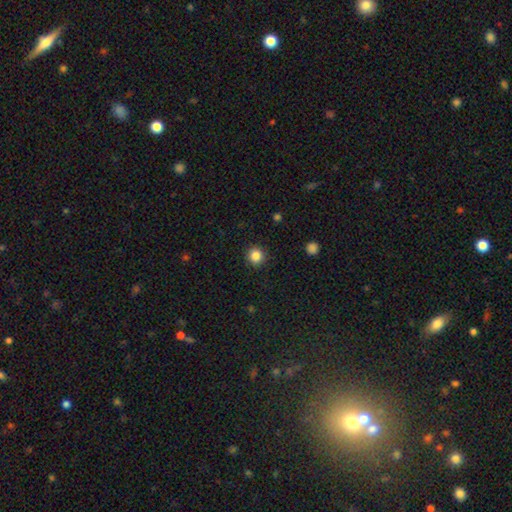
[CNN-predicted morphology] smooth 84%, star or artifact 11%, featured or disk 5%. Down the decision tree: how rounded — round (94%); merging — none (91%).